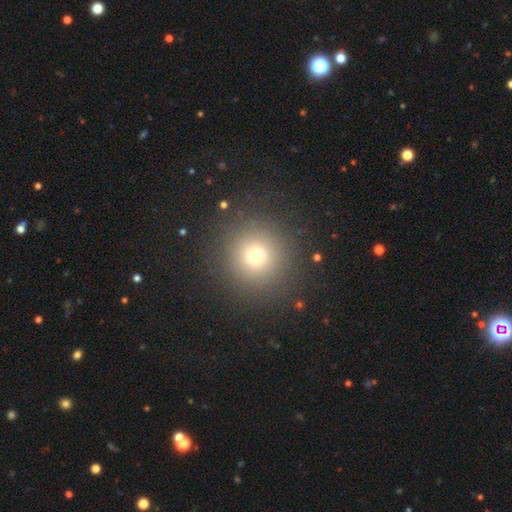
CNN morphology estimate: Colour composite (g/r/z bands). It shows a smooth galaxy with no disk features (71%) that is round (96%). Merging: none (89%).